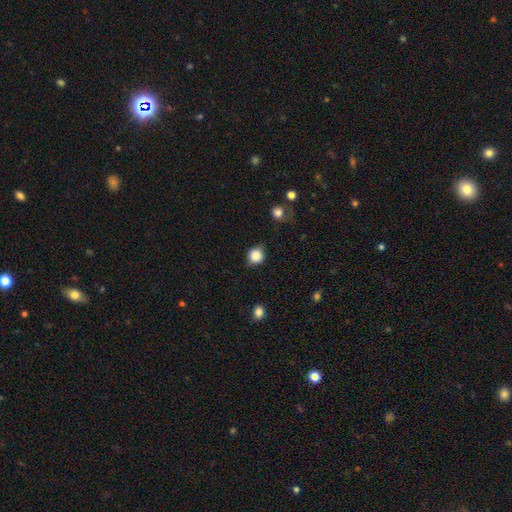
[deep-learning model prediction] smooth 85%, star or artifact 10%, featured or disk 5%. Down the decision tree: how rounded — round (89%); merging — none (78%).